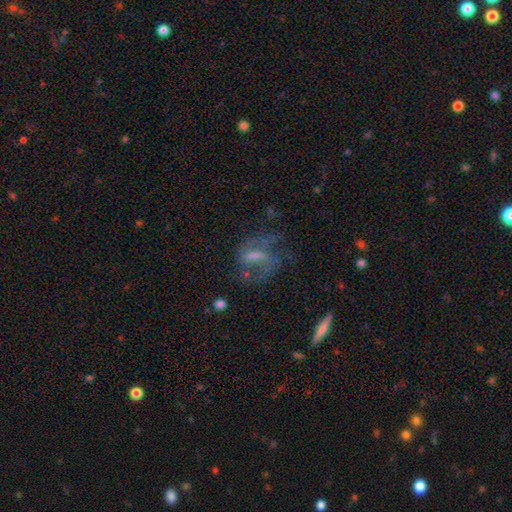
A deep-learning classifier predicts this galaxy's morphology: smooth_or_featured: featured or disk (p=0.64) [alt: smooth p=0.23]
disk_edge_on: no (p=0.95) [alt: yes p=0.05]
bar: weak (p=0.47) [alt: no p=0.27]
has_spiral_arms: yes (p=0.72) [alt: no p=0.28]
bulge_size: none (p=0.33) [alt: moderate p=0.31]
merging: none (p=0.47) [alt: major disturbance p=0.31]